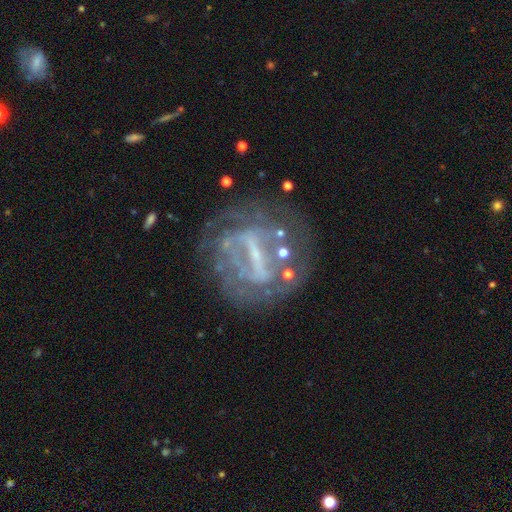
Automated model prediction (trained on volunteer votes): Smooth or featured?
  - featured or disk: 80% *
  - smooth: 10%
  - star or artifact: 10%
Edge-on disk?
  - no: 94% *
  - yes: 6%
Bar?
  - strong: 65% *
  - weak: 24%
  - no: 11%
Spiral arms?
  - yes: 62% *
  - no: 38%
Bulge size?
  - small: 50% *
  - none: 34%
  - moderate: 13%
  - large: 2%
  - dominant: 1%
Merging?
  - none: 62% *
  - major disturbance: 17%
  - minor disturbance: 16%
  - merger: 5%